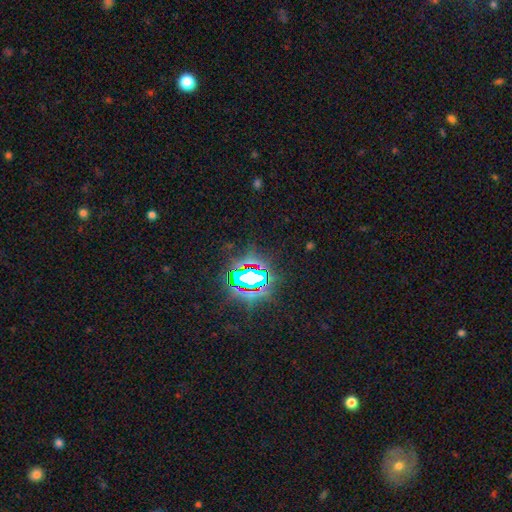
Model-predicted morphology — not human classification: Smooth or featured: star or artifact — 83% (smooth — 10%)